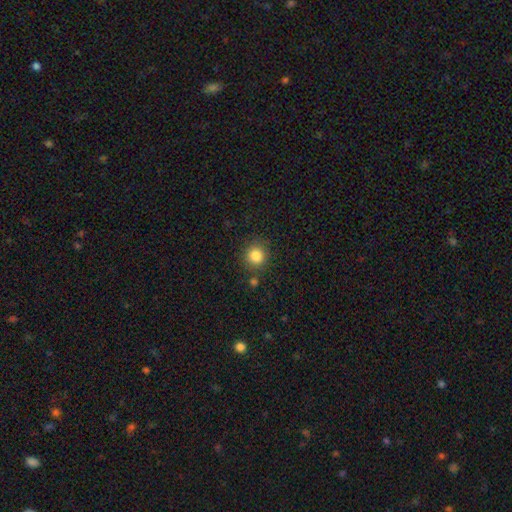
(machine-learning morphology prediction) Smooth or featured?
  - smooth: 84% *
  - star or artifact: 11%
  - featured or disk: 5%
How rounded?
  - round: 89% *
  - in between: 10%
  - cigar-shaped: 1%
Merging?
  - none: 83% *
  - minor disturbance: 9%
  - merger: 5%
  - major disturbance: 3%